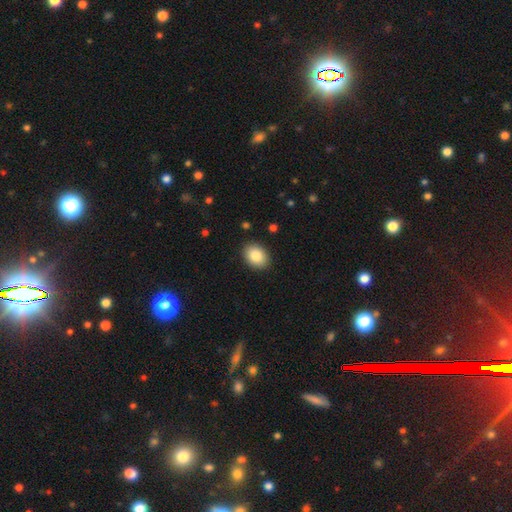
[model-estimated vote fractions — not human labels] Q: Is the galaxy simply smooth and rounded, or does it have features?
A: smooth — 85%.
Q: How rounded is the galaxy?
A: in between — 70%.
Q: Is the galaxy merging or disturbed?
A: none — 89%.